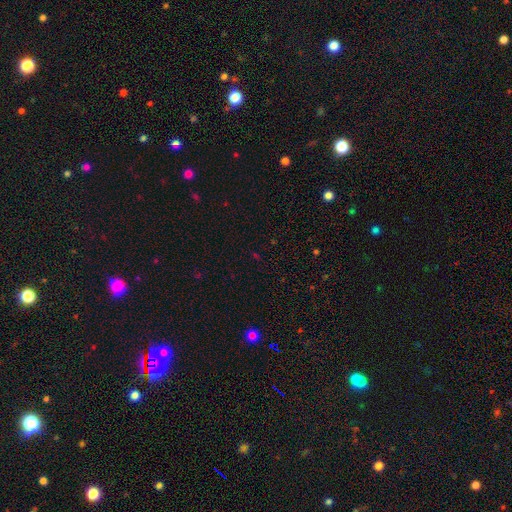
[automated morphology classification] Smooth or featured: star or artifact — 66% (smooth — 26%)